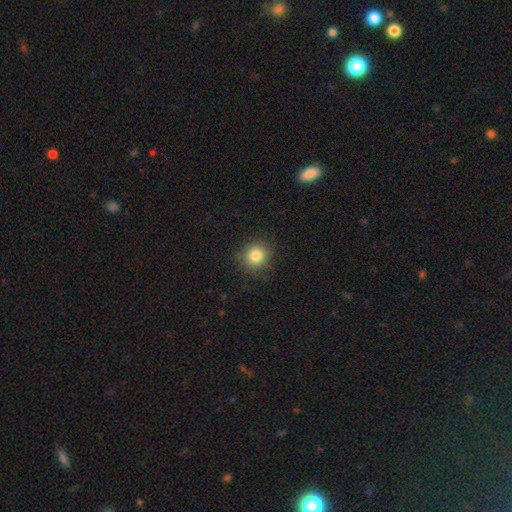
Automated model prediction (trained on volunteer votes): The model was most divided on "smooth or featured": smooth: 83%, star or artifact: 11%, featured or disk: 6%. More confident: merging — none (88%); how rounded — round (87%).